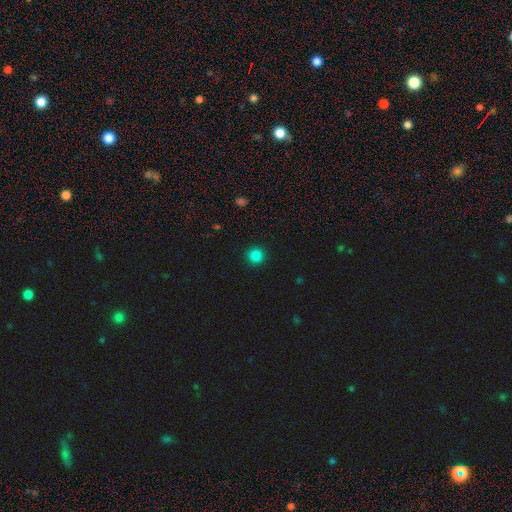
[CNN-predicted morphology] Smooth or featured?
  - smooth: 84% *
  - star or artifact: 13%
  - featured or disk: 3%
How rounded?
  - round: 95% *
  - in between: 4%
  - cigar-shaped: 1%
Merging?
  - none: 93% *
  - minor disturbance: 5%
  - major disturbance: 2%
  - merger: 1%